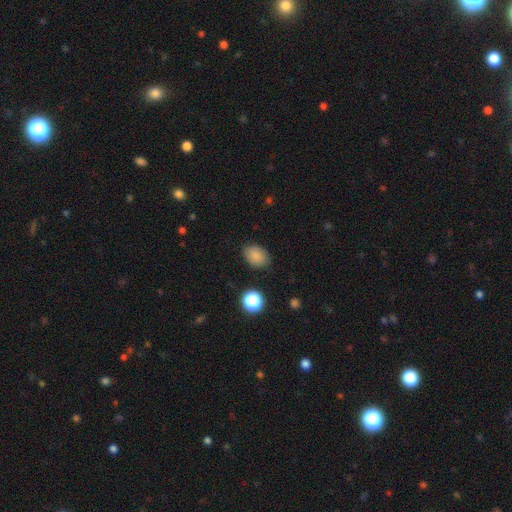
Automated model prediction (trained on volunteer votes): smooth_or_featured: smooth (p=0.84) [alt: star or artifact p=0.11]
how_rounded: in between (p=0.74) [alt: round p=0.25]
merging: none (p=0.82) [alt: minor disturbance p=0.13]